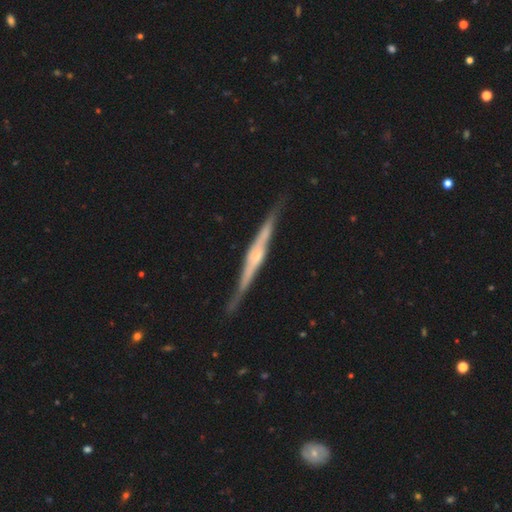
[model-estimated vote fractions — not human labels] Overall: featured or disk (81%). Edge-on disk: yes (97%). Edge-on bulge: rounded (54%; boxy 26%). Merging: none (84%).